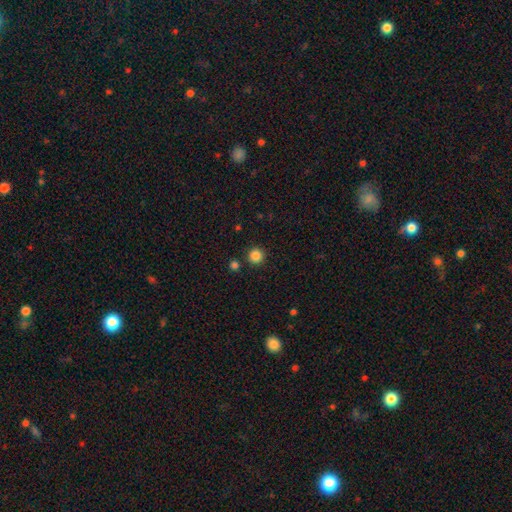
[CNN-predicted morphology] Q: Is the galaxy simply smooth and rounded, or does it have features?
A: smooth — 85%.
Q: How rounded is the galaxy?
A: round — 95%.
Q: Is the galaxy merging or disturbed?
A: none — 89%.